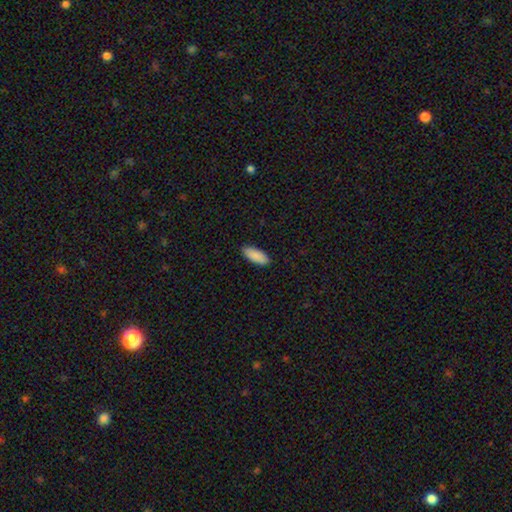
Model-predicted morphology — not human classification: A smooth galaxy with no disk features (90%) that is in between round and cigar-shaped (81%). Merging: none (90%).